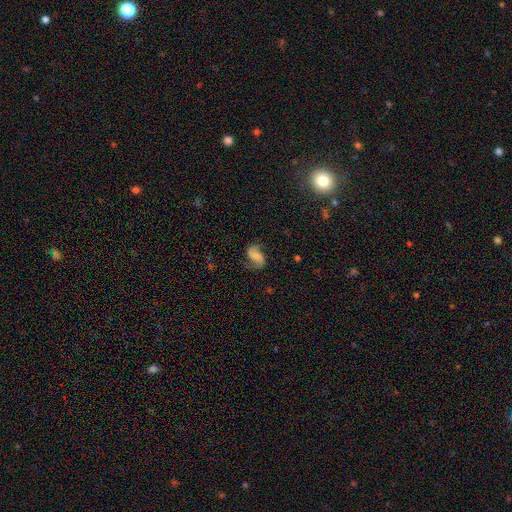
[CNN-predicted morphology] featured or disk 57%, smooth 33%, star or artifact 10%. Down the decision tree: edge-on disk — no (97%); bar — no (44%); spiral arms — yes (92%); spiral arm count — 2 (86%); spiral winding — loose (55%); bulge size — none (39%); merging — none (64%).